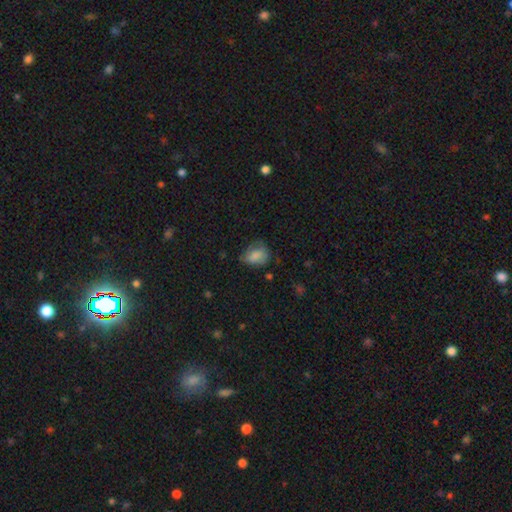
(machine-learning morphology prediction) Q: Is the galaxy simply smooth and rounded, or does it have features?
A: smooth — 76%.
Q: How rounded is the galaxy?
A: in between — 62%.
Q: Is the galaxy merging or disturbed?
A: none — 44%.